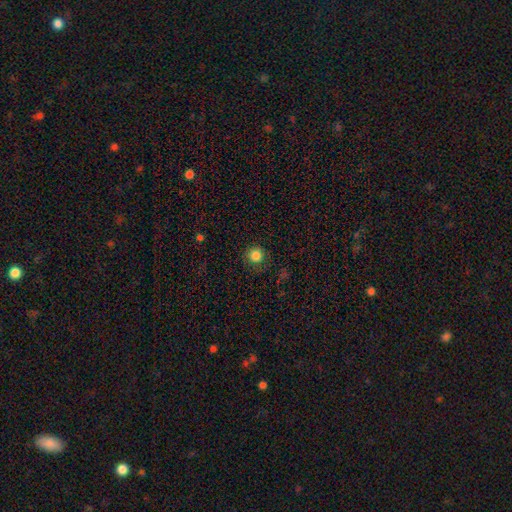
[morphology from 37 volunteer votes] smooth-or-featured: smooth: 89% | featured or disk: 5% | star or artifact: 5%
  how-rounded: round: 97% | in between: 3% | cigar-shaped: 0%
  merging: none: 86% | minor disturbance: 6% | merger: 6% | major disturbance: 3%